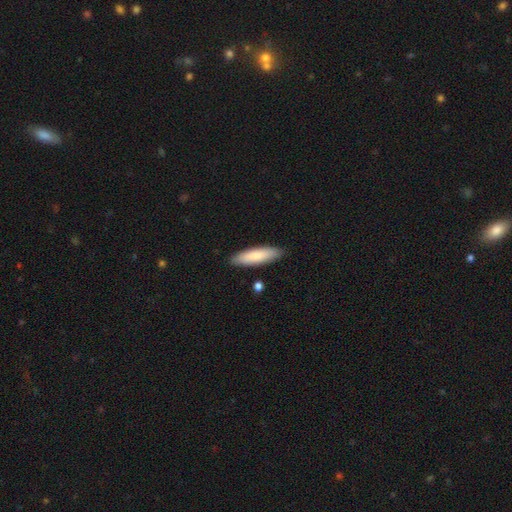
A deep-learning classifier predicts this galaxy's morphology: Smooth or featured?
  - smooth: 82% *
  - featured or disk: 13%
  - star or artifact: 5%
How rounded?
  - cigar-shaped: 66% *
  - in between: 33%
  - round: 1%
Merging?
  - none: 89% *
  - minor disturbance: 8%
  - major disturbance: 2%
  - merger: 2%